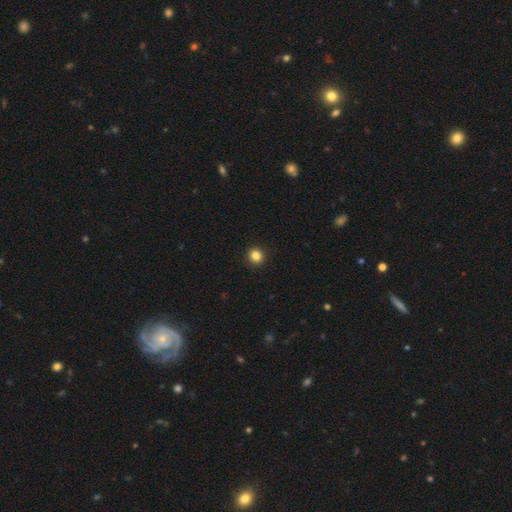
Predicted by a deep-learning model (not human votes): Smooth or featured? Predicted: smooth (p=0.84). How rounded? Predicted: round (p=0.93). Merging? Predicted: none (p=0.94).